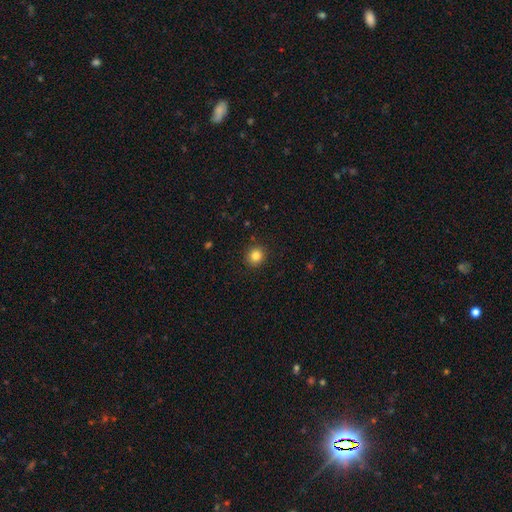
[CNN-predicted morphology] smooth_or_featured: smooth (p=0.84) [alt: star or artifact p=0.11]
how_rounded: round (p=0.89) [alt: in between p=0.10]
merging: none (p=0.91) [alt: minor disturbance p=0.06]